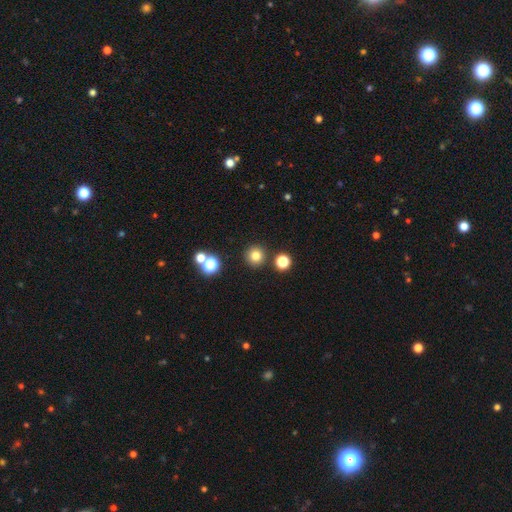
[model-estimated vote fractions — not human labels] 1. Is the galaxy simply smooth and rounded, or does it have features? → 79% smooth, 15% star or artifact, 6% featured or disk.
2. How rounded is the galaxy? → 95% round, 4% in between, 1% cigar-shaped.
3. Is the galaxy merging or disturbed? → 87% none, 6% minor disturbance, 5% merger, 2% major disturbance.